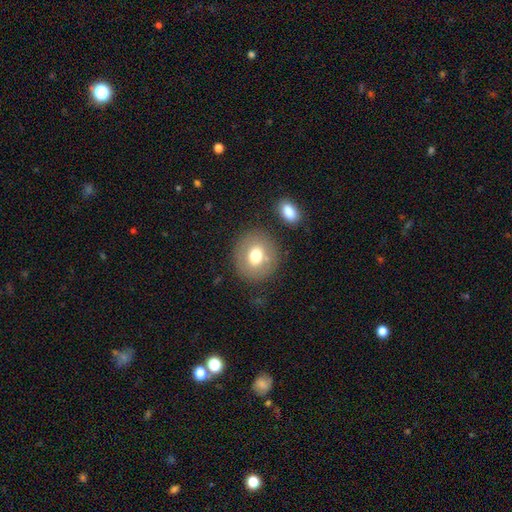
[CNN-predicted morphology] Smooth or featured? Predicted: smooth (p=0.69). How rounded? Predicted: round (p=0.81). Merging? Predicted: none (p=0.80).